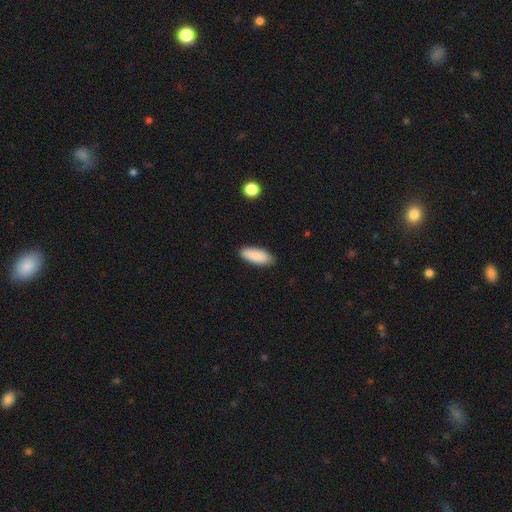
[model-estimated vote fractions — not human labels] Smooth or featured? Predicted: smooth (p=0.89). How rounded? Predicted: in between (p=0.78). Merging? Predicted: none (p=0.86).